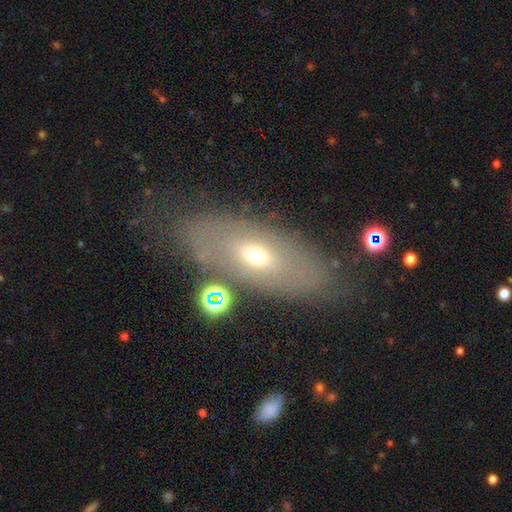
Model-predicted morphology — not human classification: A smooth galaxy with no disk features (52%) that is in between round and cigar-shaped (80%). Merging: none (67%).